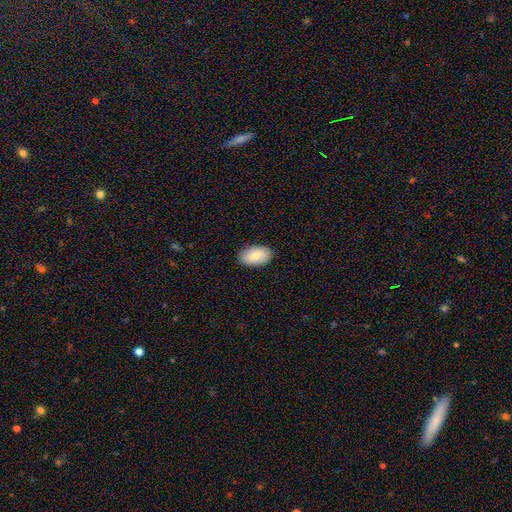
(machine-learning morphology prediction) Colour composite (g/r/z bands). It shows a smooth galaxy with no disk features (80%) that is in between round and cigar-shaped (94%). Merging: none (88%).